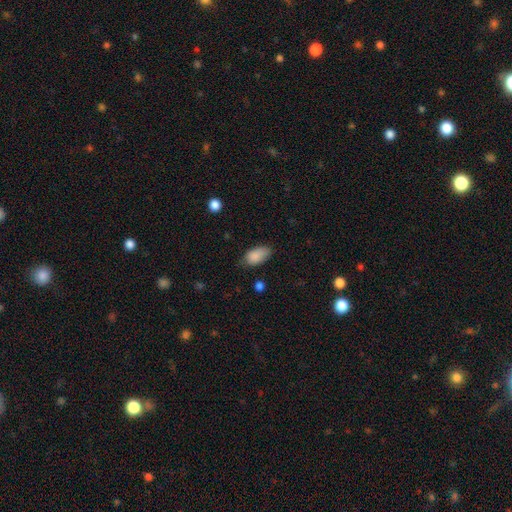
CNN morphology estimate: Smooth or featured?
  - smooth: 87% *
  - star or artifact: 7%
  - featured or disk: 5%
How rounded?
  - in between: 92% *
  - round: 5%
  - cigar-shaped: 3%
Merging?
  - none: 65% *
  - minor disturbance: 28%
  - major disturbance: 5%
  - merger: 1%